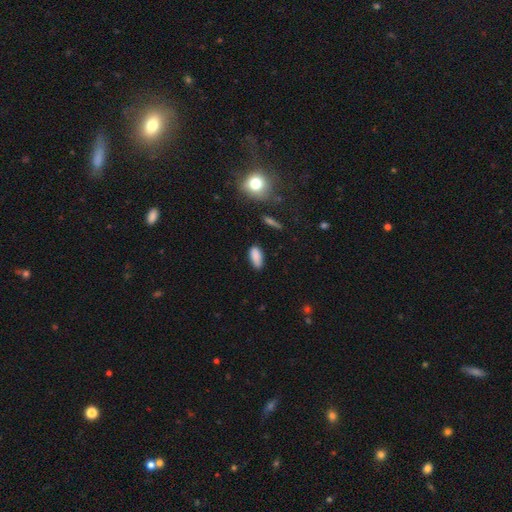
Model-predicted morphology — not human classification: smooth_or_featured: smooth (p=0.86) [alt: star or artifact p=0.08]
how_rounded: in between (p=0.86) [alt: cigar-shaped p=0.11]
merging: none (p=0.77) [alt: minor disturbance p=0.18]